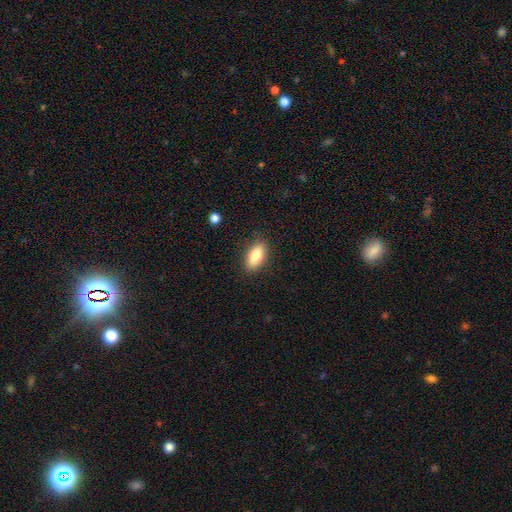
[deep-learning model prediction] Smooth or featured? smooth (82%)
How rounded? in between (85%)
Merging? none (87%)